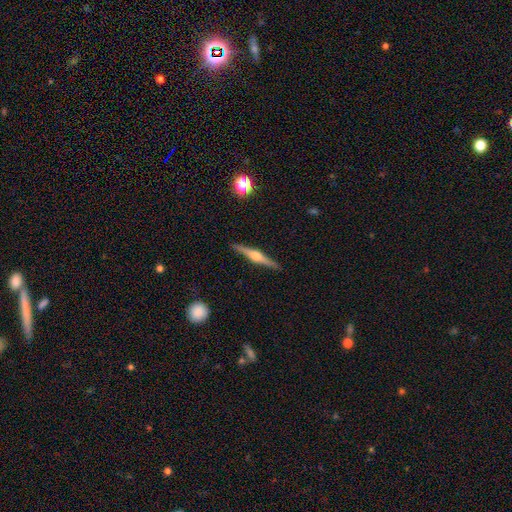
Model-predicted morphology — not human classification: Smooth or featured? featured or disk (76%)
Edge-on disk? yes (98%)
Edge-on bulge? rounded (90%)
Merging? none (91%)